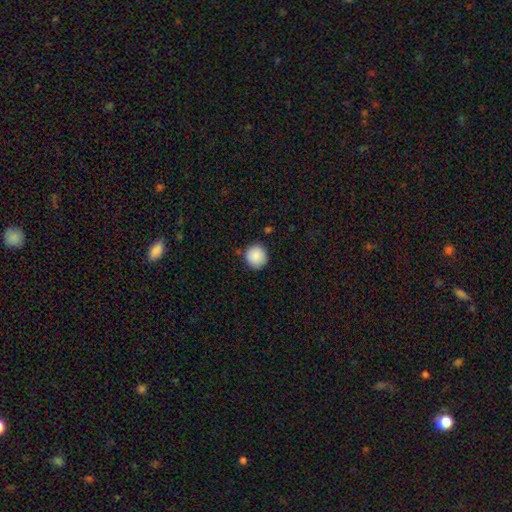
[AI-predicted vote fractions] smooth_or_featured: smooth (p=0.89) [alt: star or artifact p=0.08]
how_rounded: round (p=0.94) [alt: in between p=0.05]
merging: none (p=0.88) [alt: minor disturbance p=0.08]